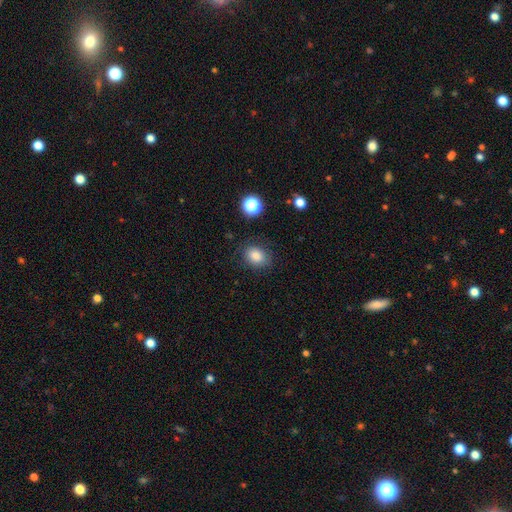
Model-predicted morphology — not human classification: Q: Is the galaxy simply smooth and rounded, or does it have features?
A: smooth — 83%.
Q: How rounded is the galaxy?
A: in between — 55%.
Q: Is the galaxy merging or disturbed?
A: none — 82%.